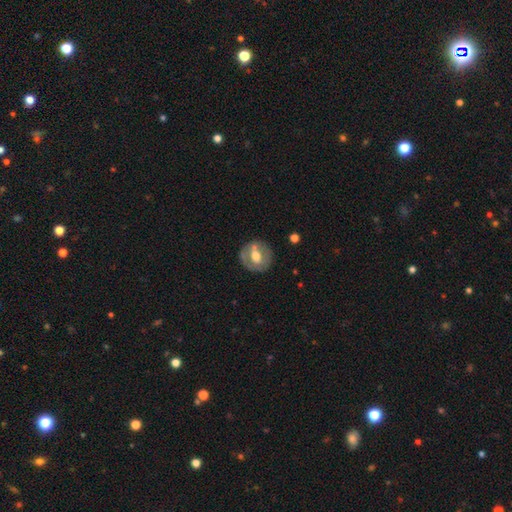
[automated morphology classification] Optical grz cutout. It shows a featured or disk galaxy (56%) with no bar (38%), no spiral arms (75%) and a moderate central bulge (66%). Merging: none (74%).